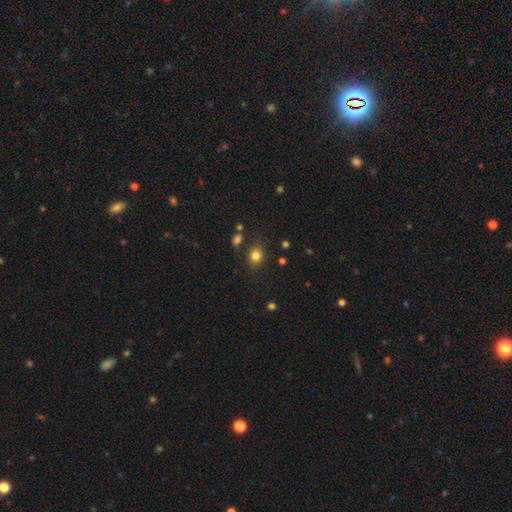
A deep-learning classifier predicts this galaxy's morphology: Overall: smooth (81%). How rounded: round (54%; in between 45%). Merging: none (81%).